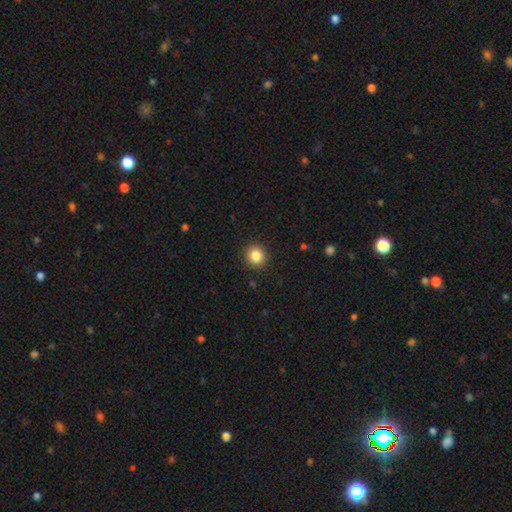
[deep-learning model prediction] Smooth or featured? Predicted: smooth (p=0.85). How rounded? Predicted: round (p=0.90). Merging? Predicted: none (p=0.91).